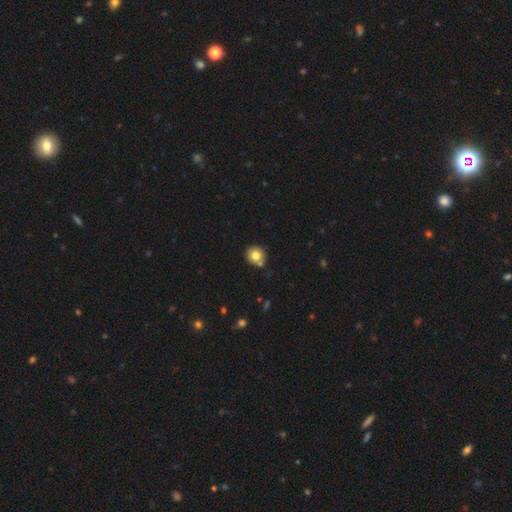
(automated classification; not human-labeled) Smooth or featured?
  - smooth: 78% *
  - featured or disk: 11%
  - star or artifact: 11%
How rounded?
  - round: 89% *
  - in between: 10%
  - cigar-shaped: 1%
Merging?
  - none: 74% *
  - merger: 13%
  - minor disturbance: 11%
  - major disturbance: 3%